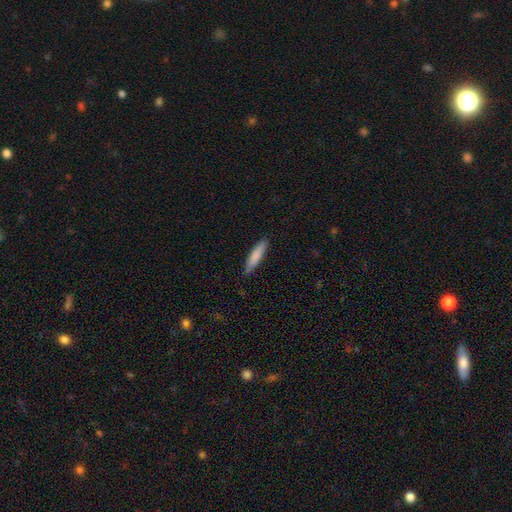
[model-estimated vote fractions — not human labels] This appears to be a smooth galaxy with no disk features (83%) that is cigar-shaped (84%). Merging: none (88%).